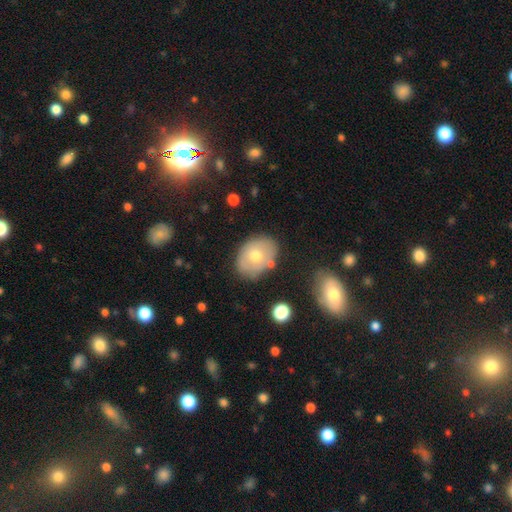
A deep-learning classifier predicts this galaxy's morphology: smooth_or_featured: smooth (p=0.61) [alt: featured or disk p=0.31]
how_rounded: in between (p=0.69) [alt: round p=0.30]
merging: none (p=0.75) [alt: minor disturbance p=0.16]